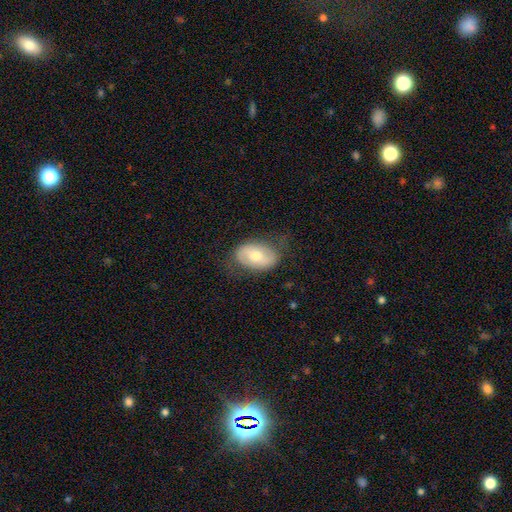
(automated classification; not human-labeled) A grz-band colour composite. It shows a smooth galaxy with no disk features (55%) that is in between round and cigar-shaped (85%). Merging: none (69%).